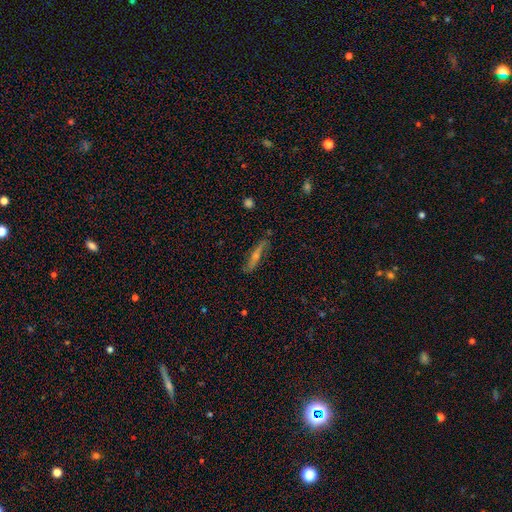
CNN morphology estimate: smooth-or-featured: featured or disk: 63% | smooth: 27% | star or artifact: 10%
  disk-edge-on: yes: 68% | no: 32%
  merging: none: 82% | minor disturbance: 13% | major disturbance: 3% | merger: 2%